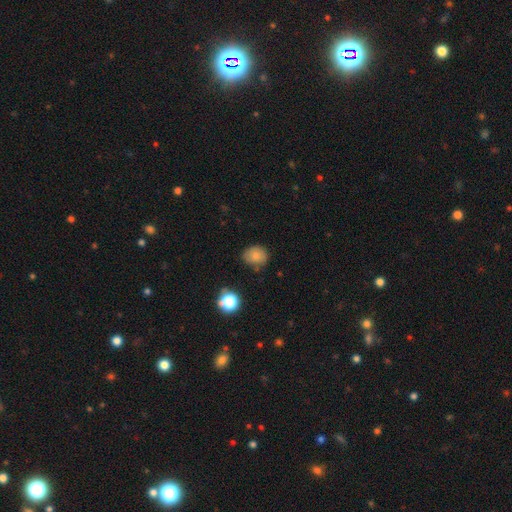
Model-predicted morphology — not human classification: smooth-or-featured: smooth: 79% | star or artifact: 12% | featured or disk: 9%
  how-rounded: round: 57% | in between: 42% | cigar-shaped: 1%
  merging: none: 72% | minor disturbance: 21% | major disturbance: 4% | merger: 3%